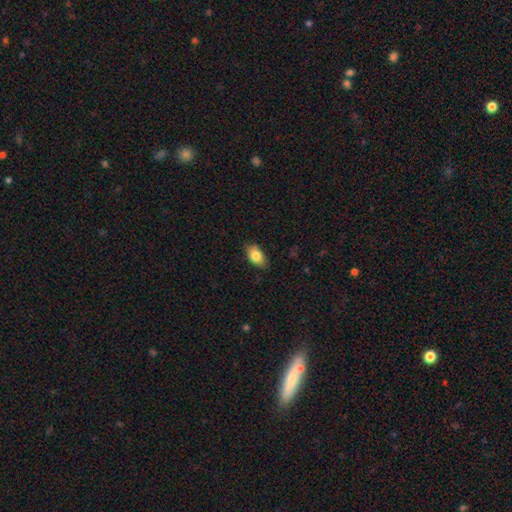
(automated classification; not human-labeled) Smooth or featured?
  - smooth: 82% *
  - featured or disk: 11%
  - star or artifact: 7%
How rounded?
  - in between: 90% *
  - round: 8%
  - cigar-shaped: 3%
Merging?
  - none: 83% *
  - minor disturbance: 14%
  - major disturbance: 2%
  - merger: 1%